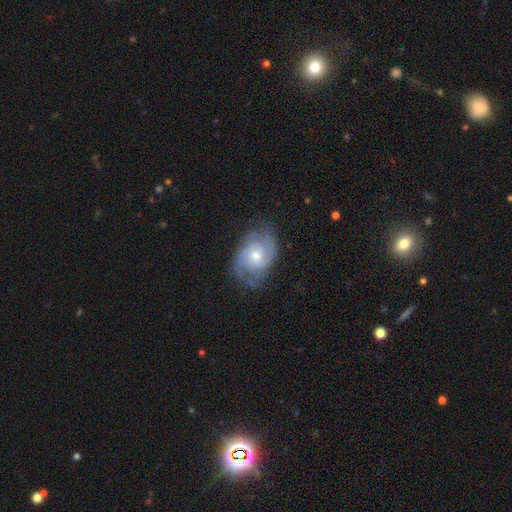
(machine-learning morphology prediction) Q: Smooth or featured?
A: featured or disk (79%); runner-up: smooth (15%)
Q: Edge-on disk?
A: no (97%); runner-up: yes (3%)
Q: Bar?
A: no (69%); runner-up: weak (27%)
Q: Spiral arms?
A: yes (93%); runner-up: no (7%)
Q: Spiral winding?
A: tight (46%); runner-up: medium (41%)
Q: Spiral arm count?
A: 2 (47%); runner-up: can't tell (22%)
Q: Bulge size?
A: moderate (59%); runner-up: small (35%)
Q: Merging?
A: none (69%); runner-up: minor disturbance (21%)